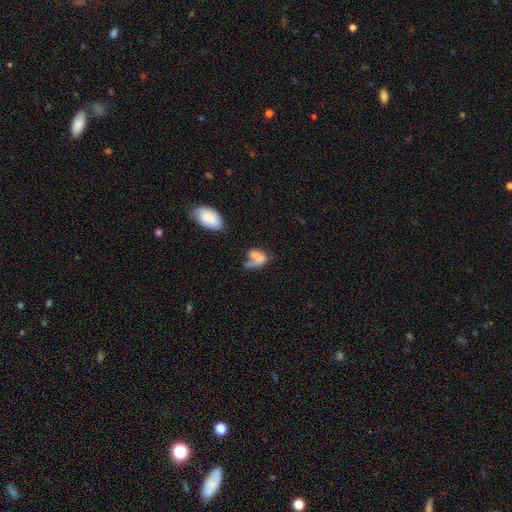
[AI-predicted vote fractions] smooth 60%, featured or disk 29%, star or artifact 11%. Down the decision tree: how rounded — in between (82%); merging — major disturbance (34%).